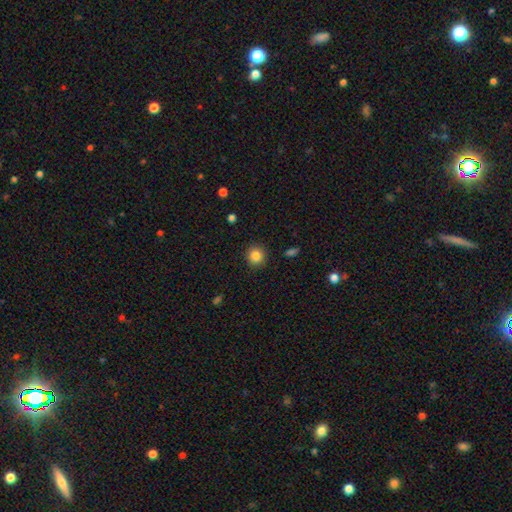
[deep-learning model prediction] A smooth galaxy with no disk features (85%) that is round (91%). Merging: none (91%).